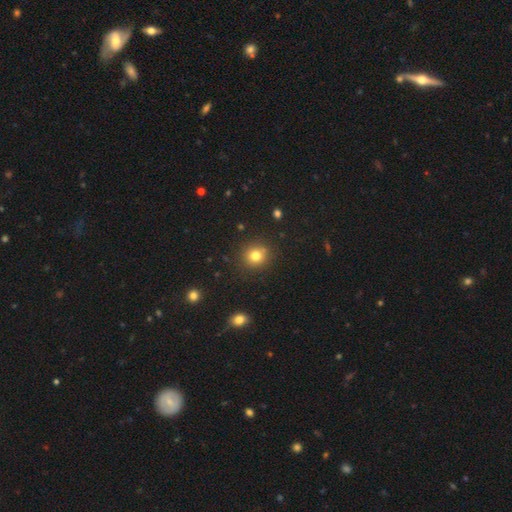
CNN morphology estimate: type=smooth (80%); roundness=round (85%); merging=none (88%).